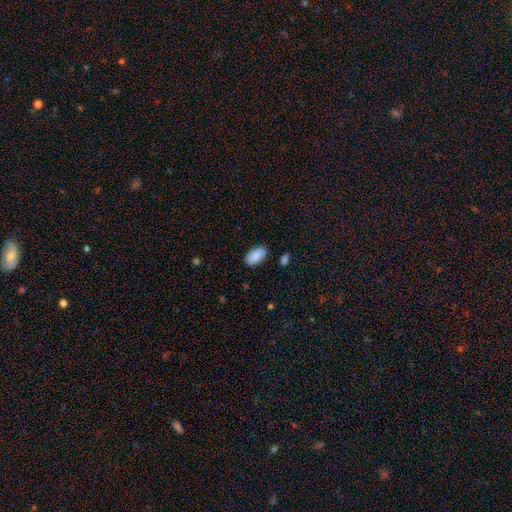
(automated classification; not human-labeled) A smooth galaxy with no disk features (87%) that is in between round and cigar-shaped (95%).

Vote fractions:
- Smooth or featured? smooth: 87% / featured or disk: 7% / star or artifact: 7%
- How rounded? in between: 95% / round: 3% / cigar-shaped: 2%
- Merging? none: 83% / minor disturbance: 12% / major disturbance: 3% / merger: 2%